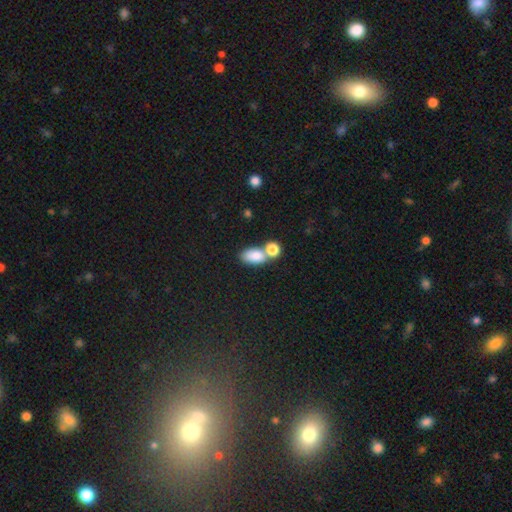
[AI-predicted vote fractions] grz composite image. It shows a smooth galaxy with no disk features (82%) that is in between round and cigar-shaped (87%). Merging: none (44%).